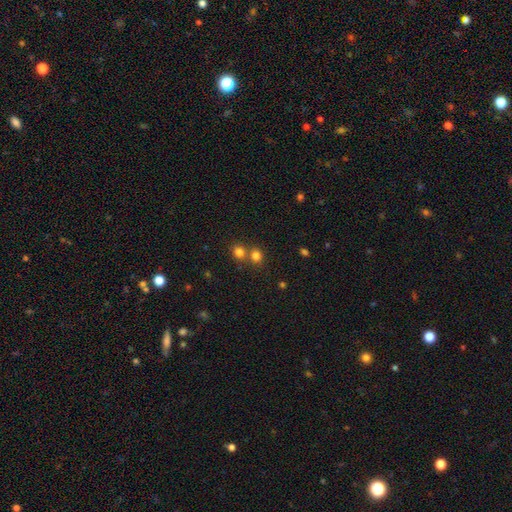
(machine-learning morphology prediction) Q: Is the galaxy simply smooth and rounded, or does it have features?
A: smooth — 78%.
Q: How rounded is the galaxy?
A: round — 80%.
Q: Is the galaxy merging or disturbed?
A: none — 55%.